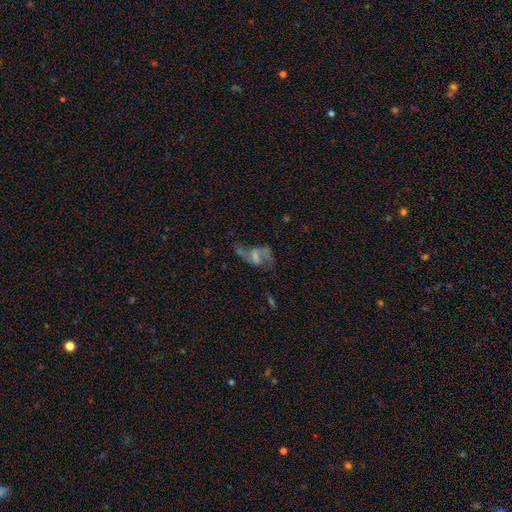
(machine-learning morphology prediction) This is likely a featured or disk galaxy (75%). It is clearly not viewed edge-on (97%). Bar: possibly weak (51%). Spiral arm pattern: clearly yes (86%). Spiral arm count: clearly 2 (88%). Spiral winding: likely loose (69%). Central bulge: marginally none (35%). Merging: marginally none (45%).